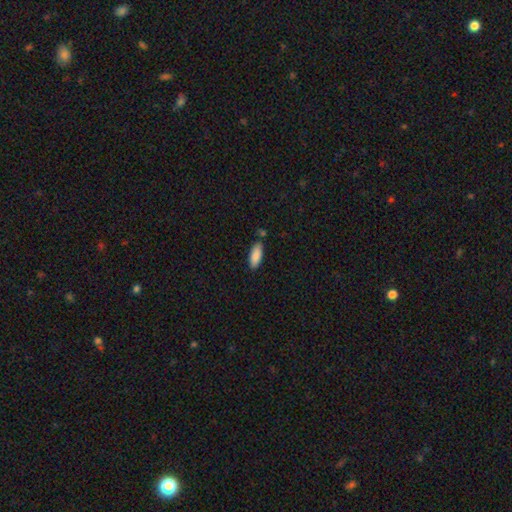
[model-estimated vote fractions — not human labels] Smooth or featured? smooth (88%)
How rounded? in between (79%)
Merging? none (78%)